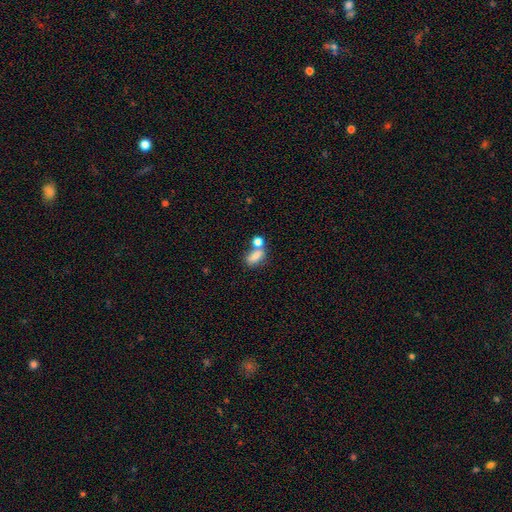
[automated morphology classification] The model was most divided on "merging": none: 41%, merger: 38%, minor disturbance: 14%, major disturbance: 7%. More confident: smooth or featured — smooth (77%); how rounded — in between (77%).